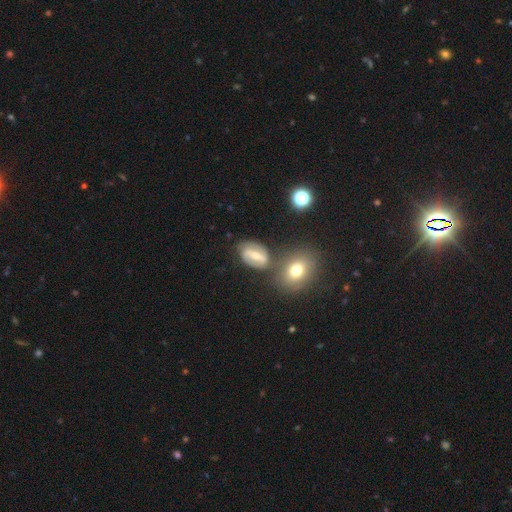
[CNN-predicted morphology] Smooth or featured? Predicted: featured or disk (p=0.64). Edge-on disk? Predicted: no (p=0.94). Bar? Predicted: strong (p=0.50). Spiral arms? Predicted: yes (p=0.76). Bulge size? Predicted: moderate (p=0.48). Merging? Predicted: none (p=0.65).